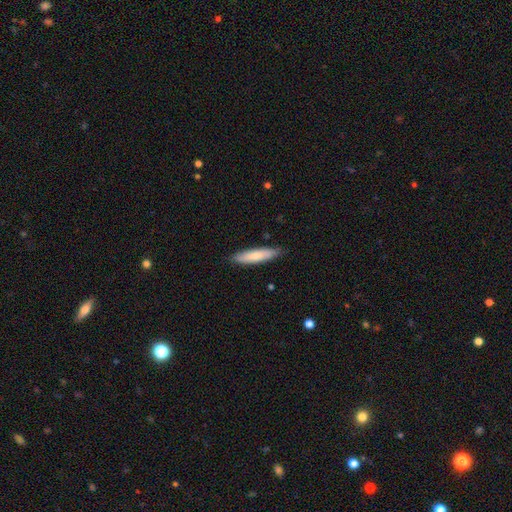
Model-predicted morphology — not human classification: Overall: smooth (75%). How rounded: cigar-shaped (79%). Merging: none (85%).